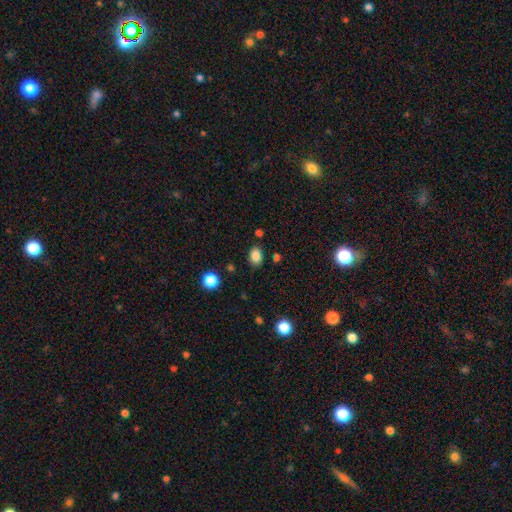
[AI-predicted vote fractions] smooth-or-featured: smooth: 85% | star or artifact: 10% | featured or disk: 5%
  how-rounded: in between: 73% | round: 26% | cigar-shaped: 1%
  merging: none: 83% | minor disturbance: 11% | merger: 3% | major disturbance: 3%